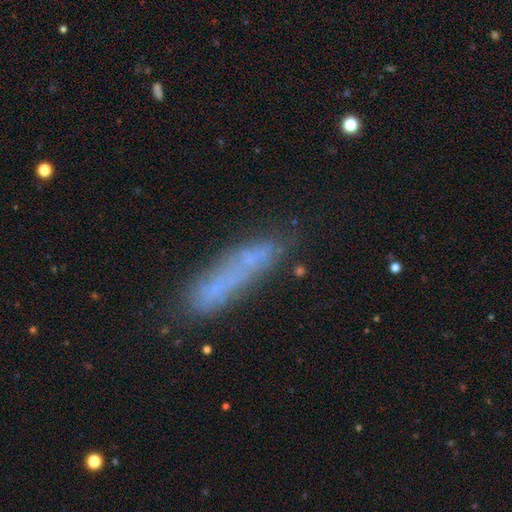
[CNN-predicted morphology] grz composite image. It shows a smooth galaxy with no disk features (52%) that is cigar-shaped (70%). Merging: none (62%).